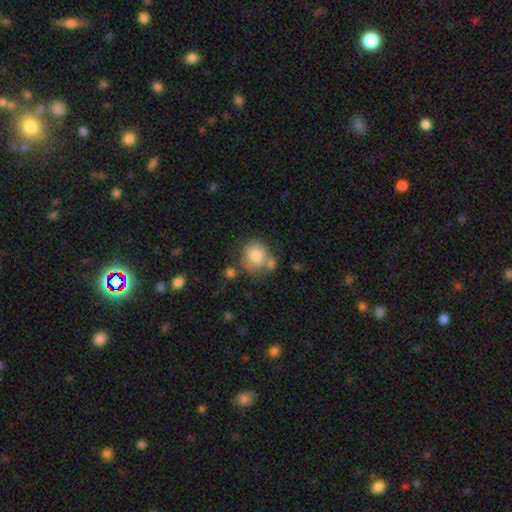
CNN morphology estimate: This appears to be a smooth galaxy with no disk features (80%) that is round (85%). Merging: none (56%).